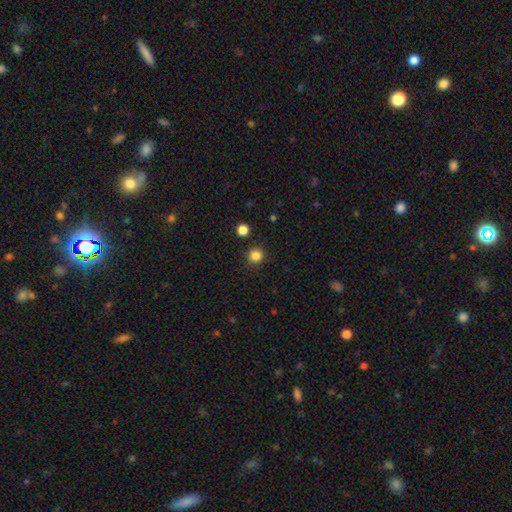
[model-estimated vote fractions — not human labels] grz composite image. It shows a smooth galaxy with no disk features (85%) that is round (93%). Merging: none (91%).